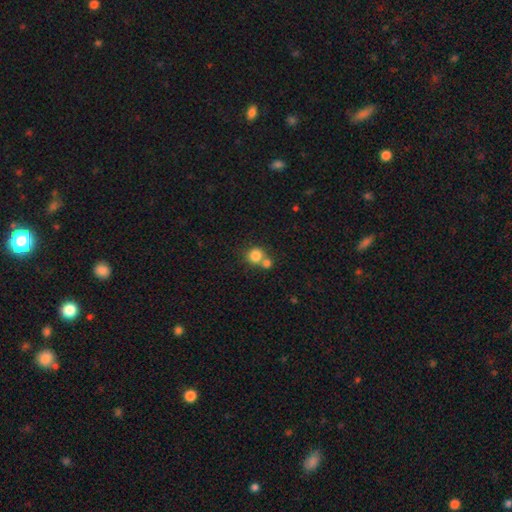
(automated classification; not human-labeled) This is clearly a smooth galaxy (82%). How rounded: clearly round (86%). Merging: possibly none (46%).